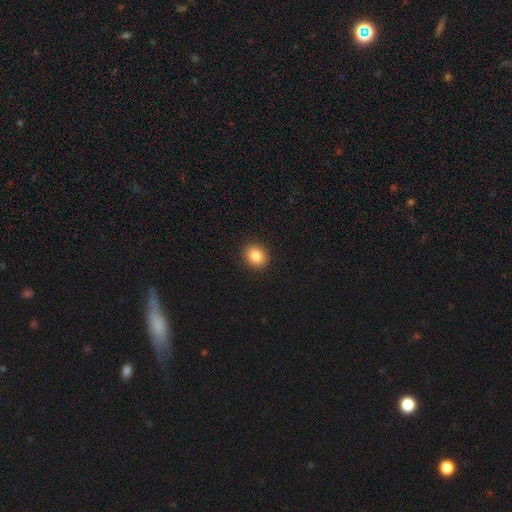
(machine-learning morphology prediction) smooth-or-featured: smooth: 86% | star or artifact: 10% | featured or disk: 5%
  how-rounded: round: 68% | in between: 31% | cigar-shaped: 1%
  merging: none: 92% | minor disturbance: 6% | major disturbance: 2% | merger: 1%